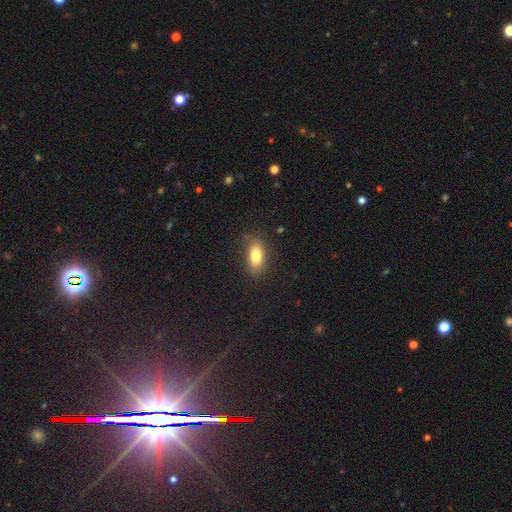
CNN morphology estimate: smooth_or_featured: smooth (p=0.79) [alt: featured or disk p=0.13]
how_rounded: in between (p=0.86) [alt: cigar-shaped p=0.09]
merging: none (p=0.83) [alt: minor disturbance p=0.12]